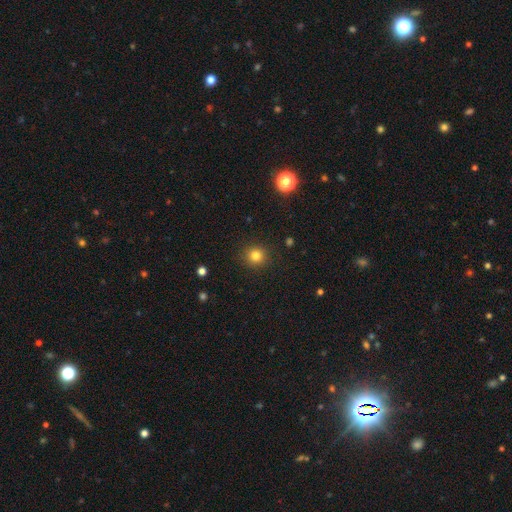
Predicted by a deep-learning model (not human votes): Morphology: type=smooth (82%); roundness=round (91%); merging=none (90%).